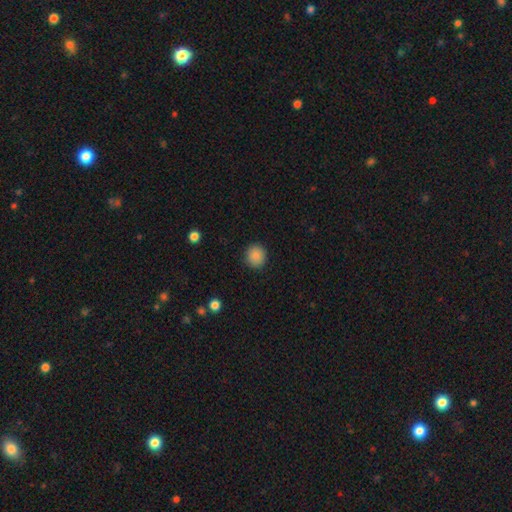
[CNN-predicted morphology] Q: Smooth or featured?
A: smooth (88%); runner-up: star or artifact (9%)
Q: How rounded?
A: round (87%); runner-up: in between (12%)
Q: Merging?
A: none (90%); runner-up: minor disturbance (6%)